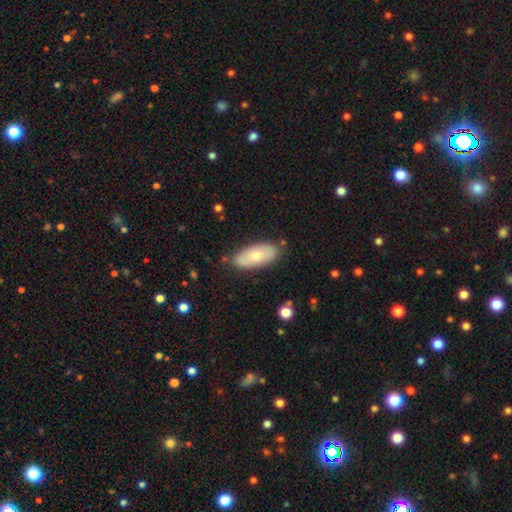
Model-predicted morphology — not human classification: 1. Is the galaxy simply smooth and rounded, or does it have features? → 66% smooth, 29% featured or disk, 6% star or artifact.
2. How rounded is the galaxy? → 89% in between, 9% cigar-shaped, 2% round.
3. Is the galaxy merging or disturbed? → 81% none, 14% minor disturbance, 3% major disturbance, 3% merger.